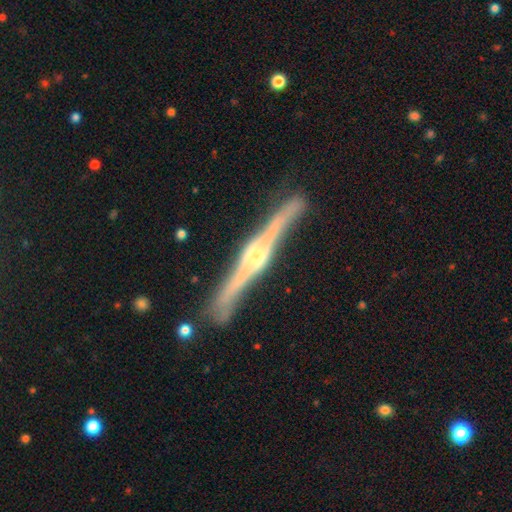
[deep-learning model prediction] A featured or disk galaxy (87%) viewed edge-on (98%) with a rounded central bulge (77%). Merging: none (85%).